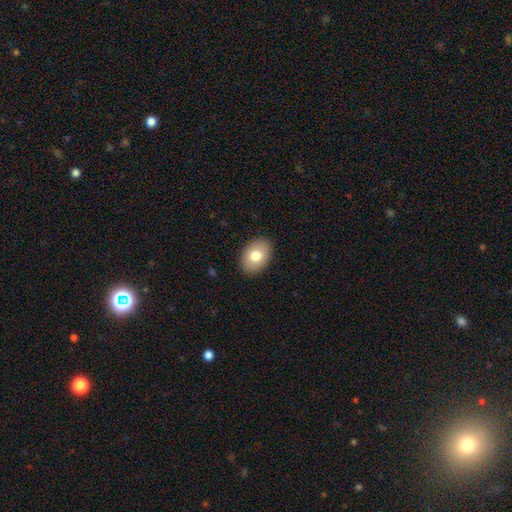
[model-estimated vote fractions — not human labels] Smooth or featured? Predicted: smooth (p=0.78). How rounded? Predicted: in between (p=0.81). Merging? Predicted: none (p=0.89).